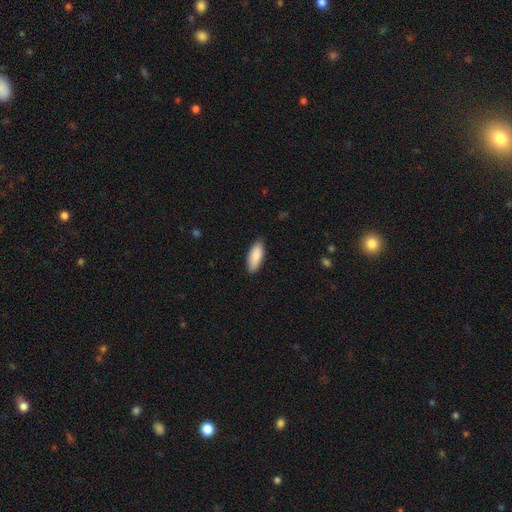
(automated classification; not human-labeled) Morphology: type=smooth (87%); roundness=in between (80%); merging=none (86%).